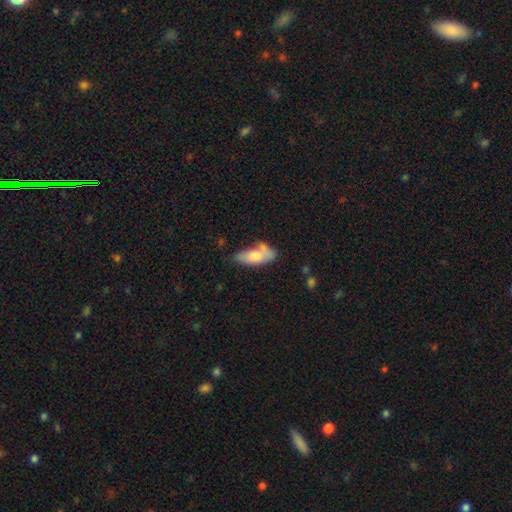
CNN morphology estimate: Smooth or featured? smooth (70%)
How rounded? in between (79%)
Merging? none (41%)